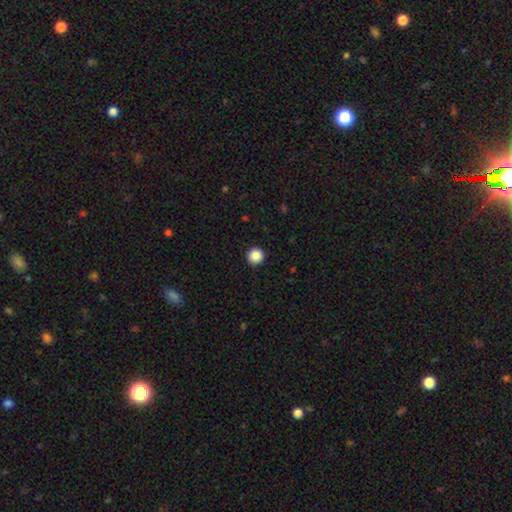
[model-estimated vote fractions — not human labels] The model was most divided on "smooth or featured": smooth: 88%, star or artifact: 10%, featured or disk: 2%. More confident: how rounded — round (96%); merging — none (94%).